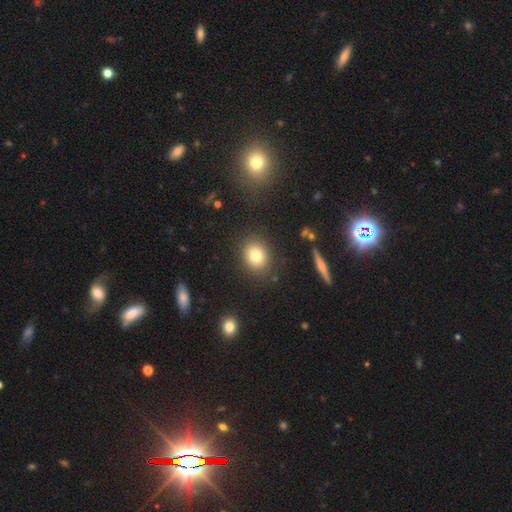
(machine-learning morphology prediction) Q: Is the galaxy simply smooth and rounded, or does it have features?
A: smooth — 79%.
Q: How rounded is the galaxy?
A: round — 60%.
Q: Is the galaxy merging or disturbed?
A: none — 85%.